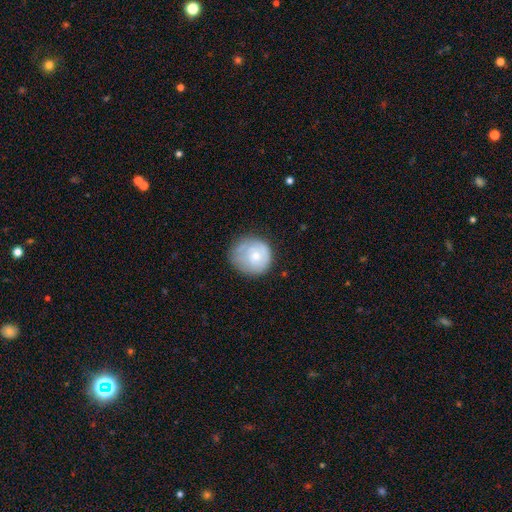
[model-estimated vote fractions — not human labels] A smooth galaxy with no disk features (57%) that is round (86%).

Vote fractions:
- Smooth or featured? smooth: 57% / featured or disk: 35% / star or artifact: 7%
- How rounded? round: 86% / in between: 13% / cigar-shaped: 1%
- Merging? none: 58% / minor disturbance: 27% / major disturbance: 12% / merger: 3%